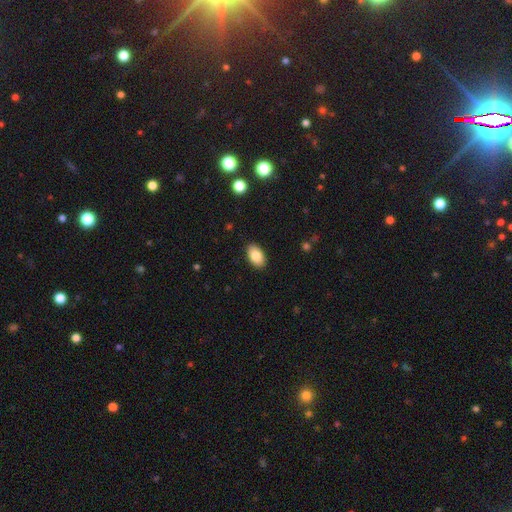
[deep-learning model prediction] The model was most divided on "smooth or featured": smooth: 84%, featured or disk: 8%, star or artifact: 7%. More confident: how rounded — in between (93%); merging — none (89%).